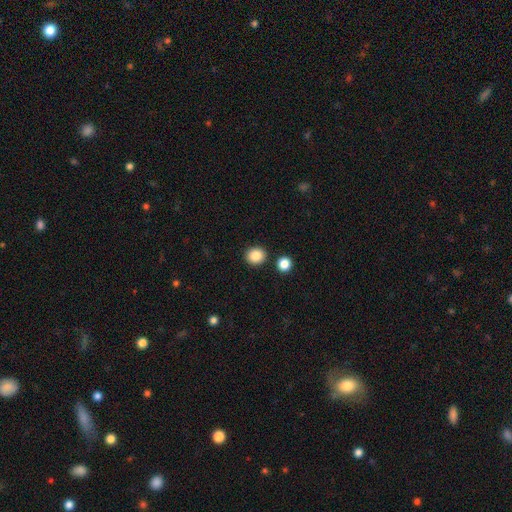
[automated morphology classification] A smooth galaxy with no disk features (86%) that is round (83%). Merging: none (88%).